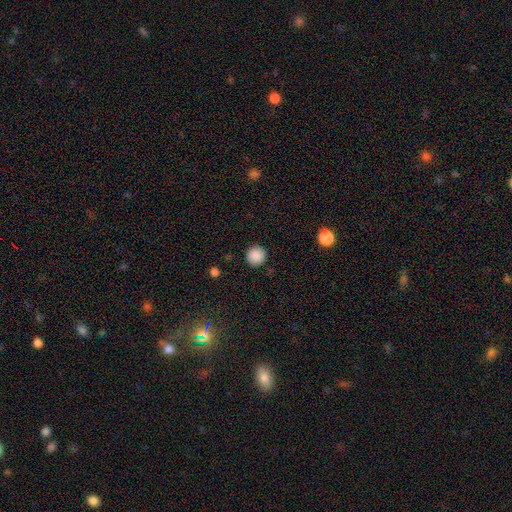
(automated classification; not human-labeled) Smooth or featured?
  - smooth: 88% *
  - star or artifact: 9%
  - featured or disk: 3%
How rounded?
  - round: 94% *
  - in between: 5%
  - cigar-shaped: 1%
Merging?
  - none: 91% *
  - minor disturbance: 6%
  - major disturbance: 2%
  - merger: 1%